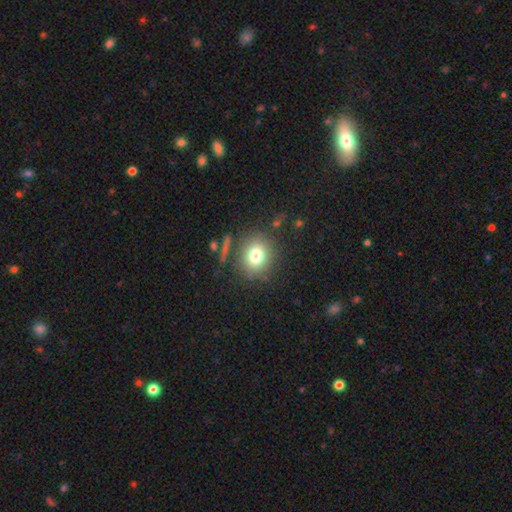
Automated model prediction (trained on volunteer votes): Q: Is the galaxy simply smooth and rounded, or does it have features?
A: smooth — 77%.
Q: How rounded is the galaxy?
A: round — 74%.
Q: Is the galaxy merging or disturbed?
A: none — 82%.